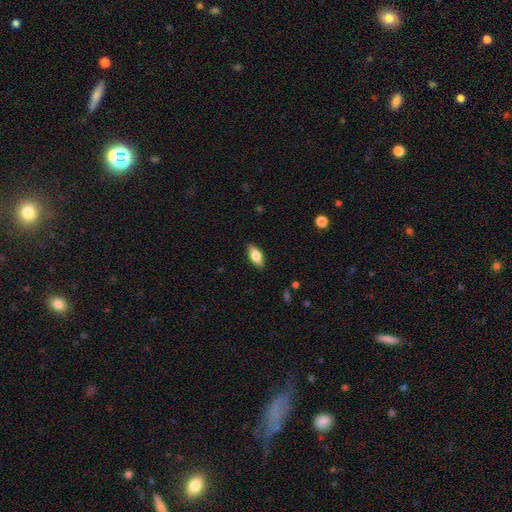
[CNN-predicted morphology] smooth 75%, featured or disk 18%, star or artifact 7%. Down the decision tree: how rounded — in between (88%); merging — none (86%).